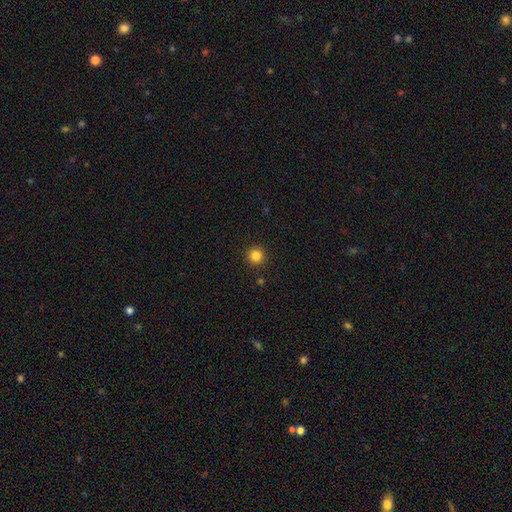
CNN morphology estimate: smooth_or_featured: smooth (p=0.83) [alt: star or artifact p=0.13]
how_rounded: round (p=0.96) [alt: in between p=0.03]
merging: none (p=0.92) [alt: minor disturbance p=0.05]